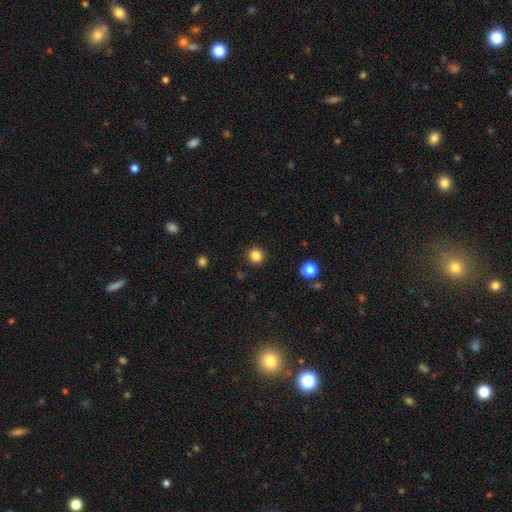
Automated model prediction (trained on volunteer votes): This appears to be a smooth galaxy with no disk features (84%) that is round (93%). Merging: none (91%).